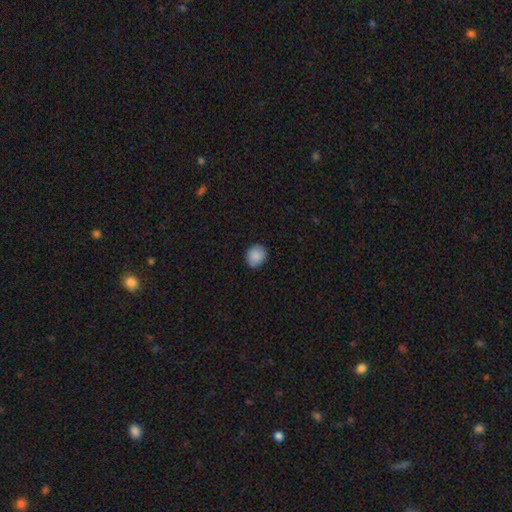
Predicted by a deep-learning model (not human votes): Smooth or featured? Predicted: smooth (p=0.88). How rounded? Predicted: round (p=0.70). Merging? Predicted: none (p=0.85).